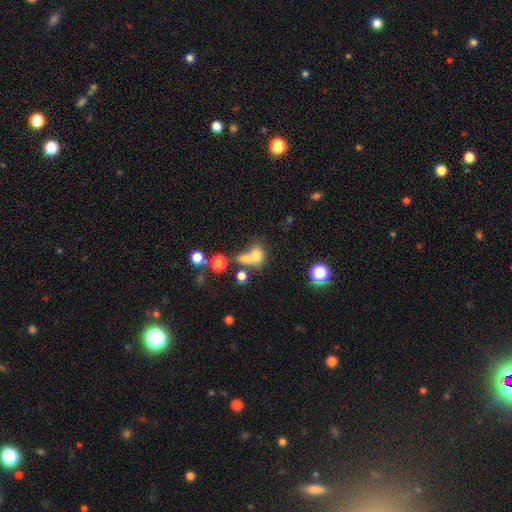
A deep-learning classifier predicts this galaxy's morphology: smooth 70%, star or artifact 15%, featured or disk 15%. Down the decision tree: how rounded — in between (49%); merging — merger (55%).